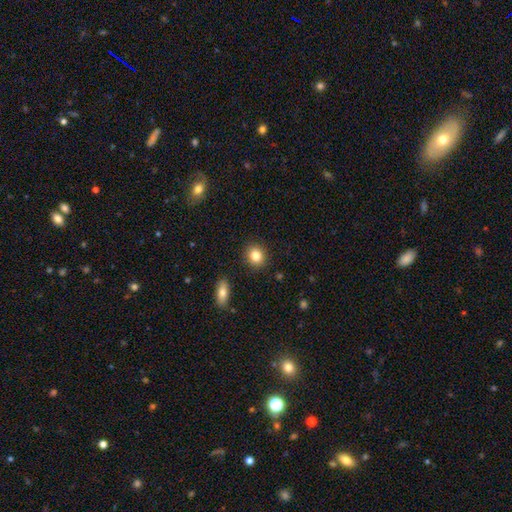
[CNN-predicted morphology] smooth 83%, star or artifact 10%, featured or disk 8%. Down the decision tree: how rounded — round (77%); merging — none (90%).